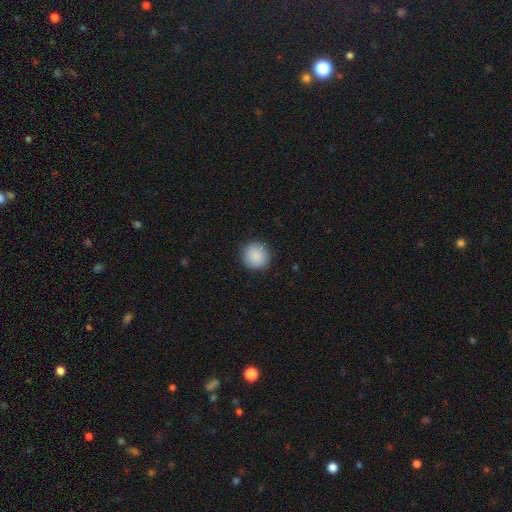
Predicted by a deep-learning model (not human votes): Smooth or featured?
  - smooth: 89% *
  - star or artifact: 7%
  - featured or disk: 4%
How rounded?
  - round: 94% *
  - in between: 5%
  - cigar-shaped: 1%
Merging?
  - none: 91% *
  - minor disturbance: 6%
  - major disturbance: 2%
  - merger: 1%